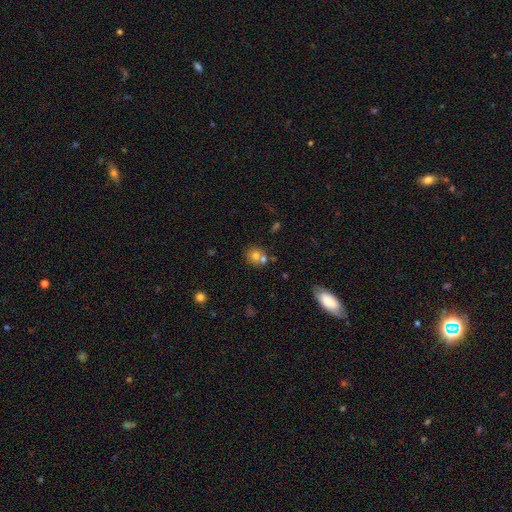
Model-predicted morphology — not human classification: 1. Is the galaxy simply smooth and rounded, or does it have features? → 69% smooth, 16% featured or disk, 14% star or artifact.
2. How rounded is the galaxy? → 83% round, 16% in between, 1% cigar-shaped.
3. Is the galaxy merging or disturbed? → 53% none, 35% merger, 9% minor disturbance, 3% major disturbance.